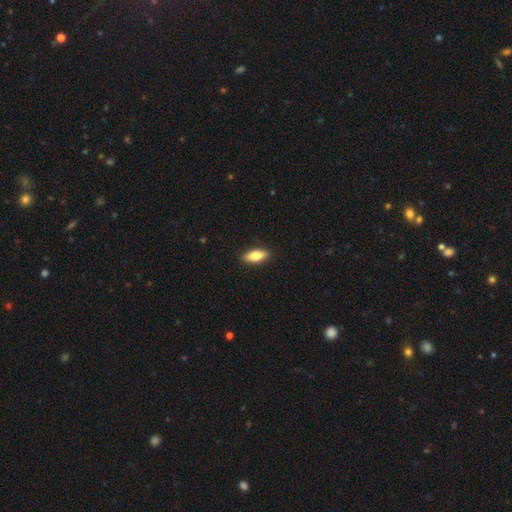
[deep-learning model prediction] Smooth or featured? Predicted: smooth (p=0.74). How rounded? Predicted: in between (p=0.74). Merging? Predicted: none (p=0.89).